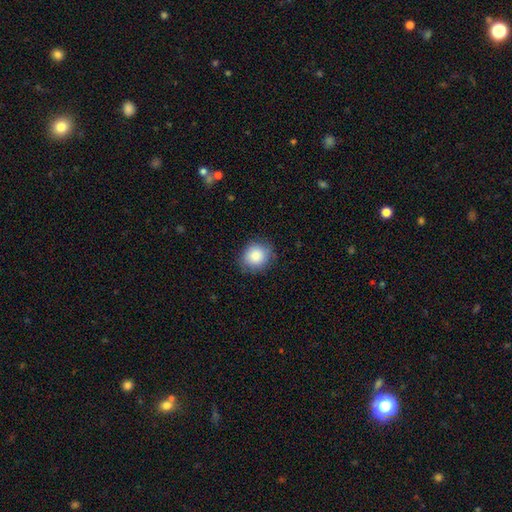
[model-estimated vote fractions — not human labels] Smooth or featured: smooth — 87% (star or artifact — 8%)
How rounded: round — 80% (in between — 19%)
Merging: none — 84% (minor disturbance — 12%)